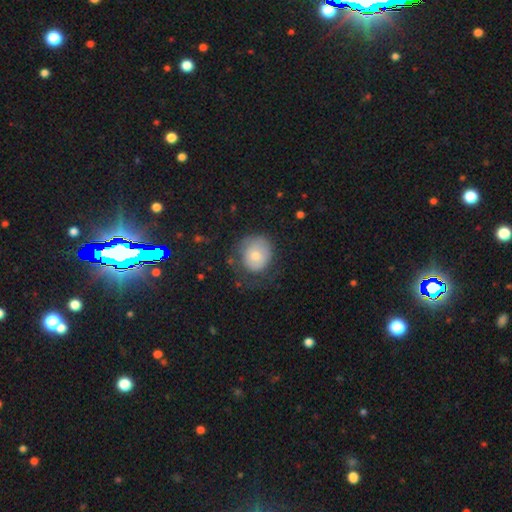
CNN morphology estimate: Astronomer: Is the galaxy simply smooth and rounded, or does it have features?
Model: smooth — 67%.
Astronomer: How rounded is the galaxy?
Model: round — 79%.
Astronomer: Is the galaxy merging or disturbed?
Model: none — 53%.